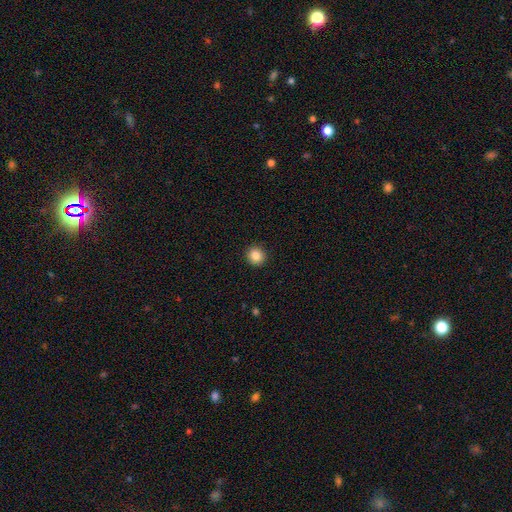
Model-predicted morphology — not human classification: Q: Smooth or featured?
A: smooth (86%); runner-up: star or artifact (10%)
Q: How rounded?
A: round (94%); runner-up: in between (5%)
Q: Merging?
A: none (93%); runner-up: minor disturbance (4%)